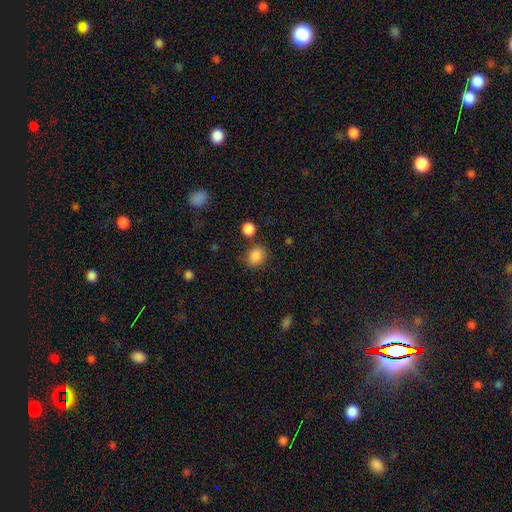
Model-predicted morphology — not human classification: A smooth galaxy with no disk features (86%) that is round (55%).

Vote fractions:
- Smooth or featured? smooth: 86% / star or artifact: 10% / featured or disk: 4%
- How rounded? round: 55% / in between: 45% / cigar-shaped: 1%
- Merging? none: 77% / minor disturbance: 12% / merger: 7% / major disturbance: 4%